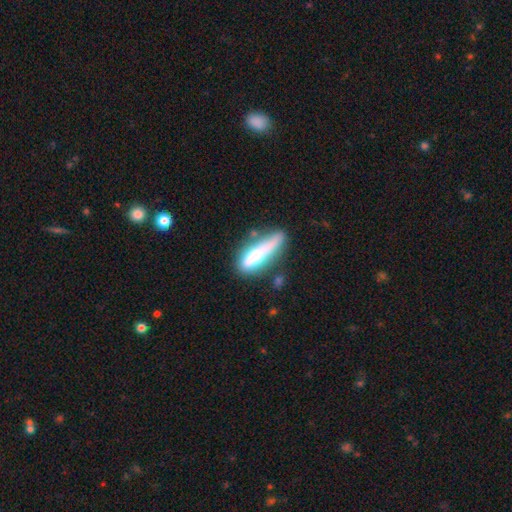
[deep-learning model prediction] The model was most divided on "merging": none: 39%, minor disturbance: 26%, major disturbance: 18%, merger: 17%. More confident: how rounded — cigar-shaped (63%); smooth or featured — smooth (60%).